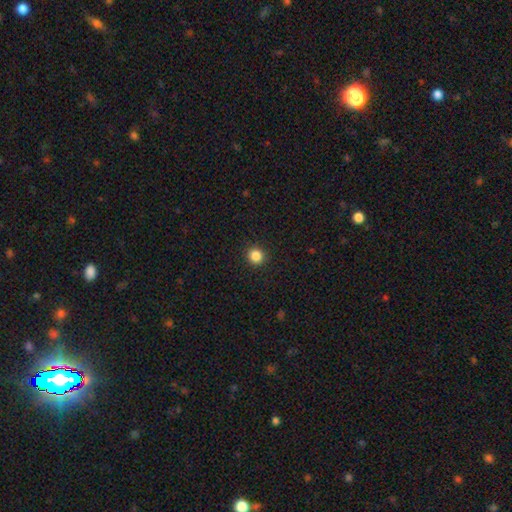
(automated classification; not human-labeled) smooth_or_featured: smooth (p=0.86) [alt: star or artifact p=0.11]
how_rounded: round (p=0.92) [alt: in between p=0.07]
merging: none (p=0.93) [alt: minor disturbance p=0.05]